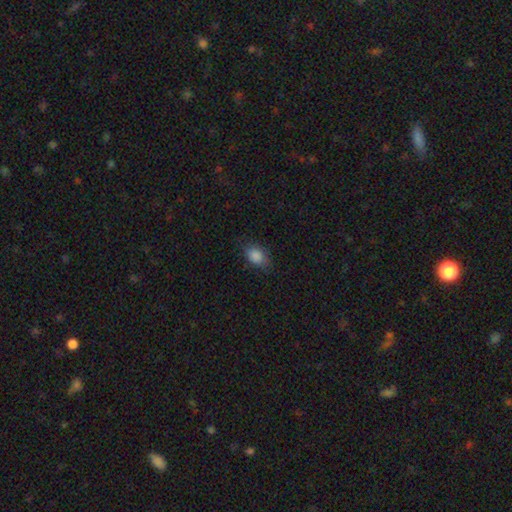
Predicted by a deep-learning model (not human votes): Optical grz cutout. It shows a smooth galaxy with no disk features (87%) that is in between round and cigar-shaped (78%). Merging: none (76%).